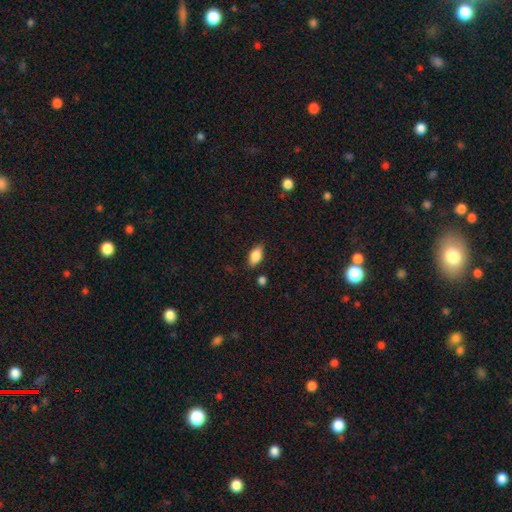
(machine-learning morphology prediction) Q: Smooth or featured?
A: smooth (83%); runner-up: featured or disk (9%)
Q: How rounded?
A: in between (89%); runner-up: cigar-shaped (6%)
Q: Merging?
A: none (82%); runner-up: minor disturbance (13%)